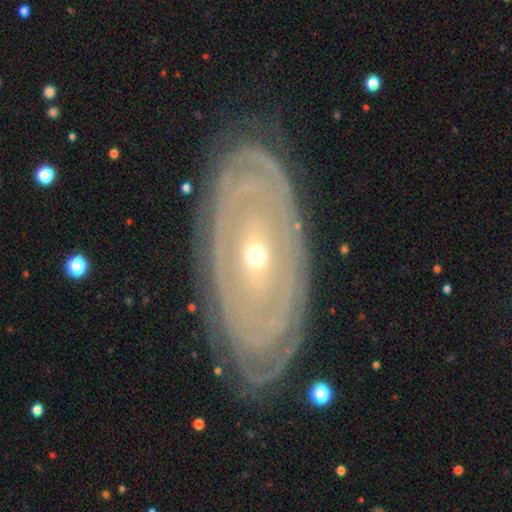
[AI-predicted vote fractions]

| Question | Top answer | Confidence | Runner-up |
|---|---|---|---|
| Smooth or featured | featured or disk | 85% | smooth (8%) |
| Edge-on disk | no | 90% | yes (10%) |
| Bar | no | 68% | weak (21%) |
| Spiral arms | yes | 84% | no (16%) |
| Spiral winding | tight | 88% | medium (9%) |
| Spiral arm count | can't tell | 48% | 2 (16%) |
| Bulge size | small | 60% | moderate (38%) |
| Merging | none | 87% | minor disturbance (9%) |